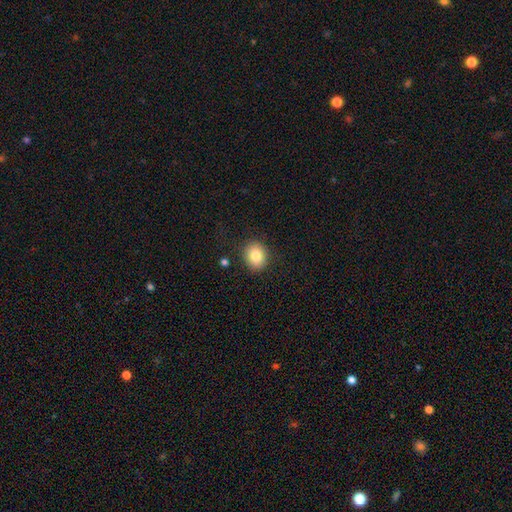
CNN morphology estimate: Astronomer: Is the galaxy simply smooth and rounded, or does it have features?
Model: smooth — 83%.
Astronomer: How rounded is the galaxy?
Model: round — 60% (runner-up: in between, 39%).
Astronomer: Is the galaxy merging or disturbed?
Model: none — 86%.